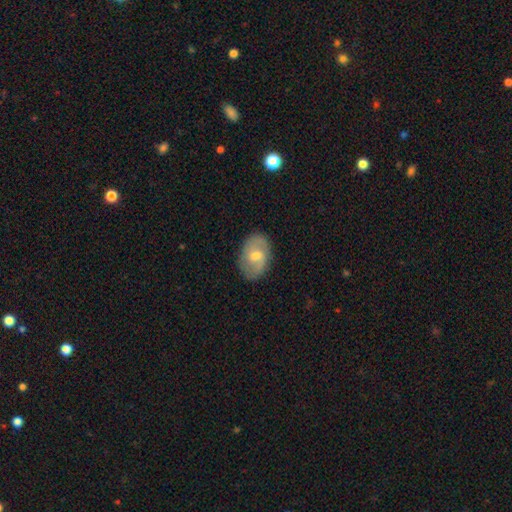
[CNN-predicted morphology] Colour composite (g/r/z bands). It shows a featured or disk galaxy (54%) with a weak bar (49%), spiral arms (77%) and a moderate central bulge (58%). Merging: none (84%).